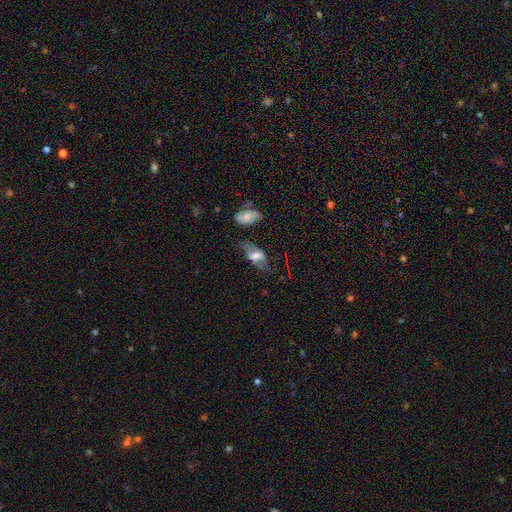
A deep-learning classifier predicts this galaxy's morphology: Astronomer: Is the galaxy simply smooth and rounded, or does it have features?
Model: smooth — 52% (runner-up: featured or disk, 39%).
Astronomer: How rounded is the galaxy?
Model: in between — 87%.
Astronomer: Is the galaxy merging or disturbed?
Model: none — 57%.